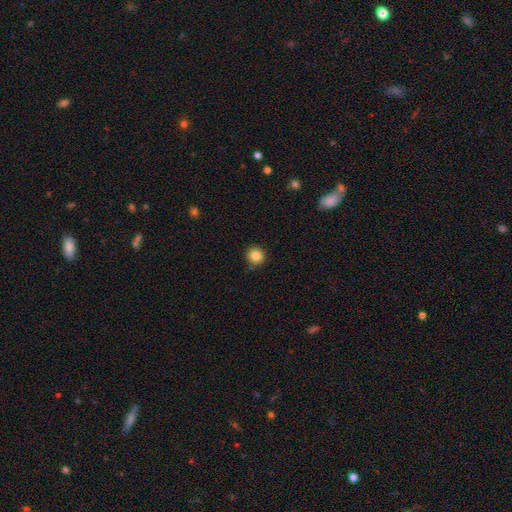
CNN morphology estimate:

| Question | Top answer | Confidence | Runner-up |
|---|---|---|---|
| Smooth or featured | smooth | 84% | star or artifact (11%) |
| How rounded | round | 94% | in between (5%) |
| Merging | none | 87% | minor disturbance (10%) |